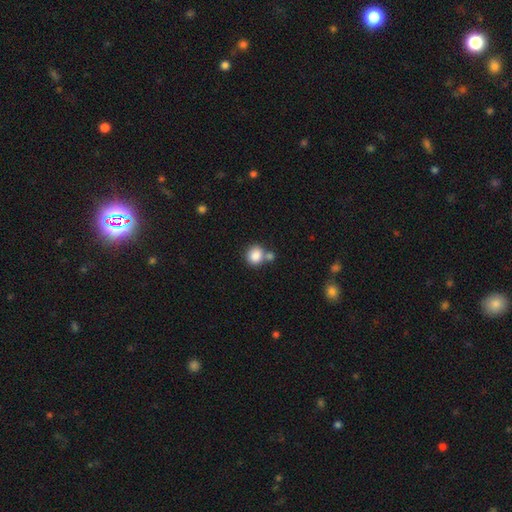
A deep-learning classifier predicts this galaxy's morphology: smooth_or_featured: smooth (p=0.85) [alt: star or artifact p=0.09]
how_rounded: round (p=0.80) [alt: in between p=0.19]
merging: none (p=0.57) [alt: merger p=0.29]